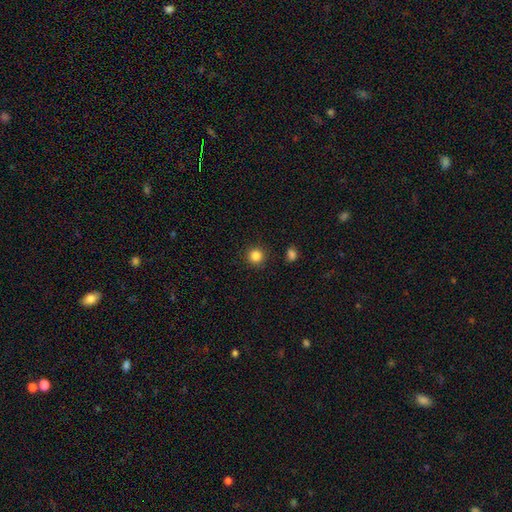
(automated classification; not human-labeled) A smooth galaxy with no disk features (85%) that is round (94%).

Vote fractions:
- Smooth or featured? smooth: 85% / star or artifact: 11% / featured or disk: 4%
- How rounded? round: 94% / in between: 5% / cigar-shaped: 1%
- Merging? none: 90% / minor disturbance: 6% / major disturbance: 2% / merger: 2%